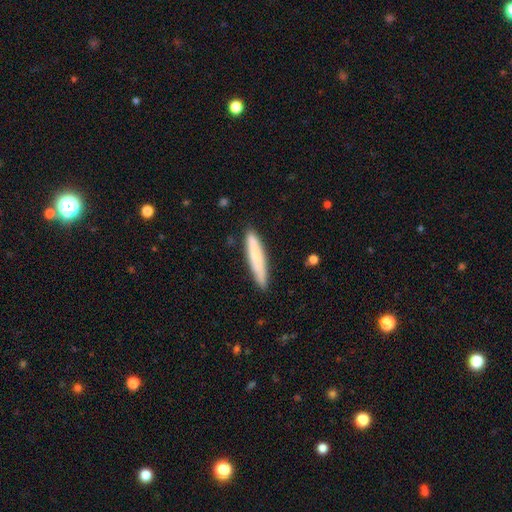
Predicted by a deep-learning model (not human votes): This is likely a smooth galaxy (71%). How rounded: clearly cigar-shaped (90%). Merging: clearly none (85%).